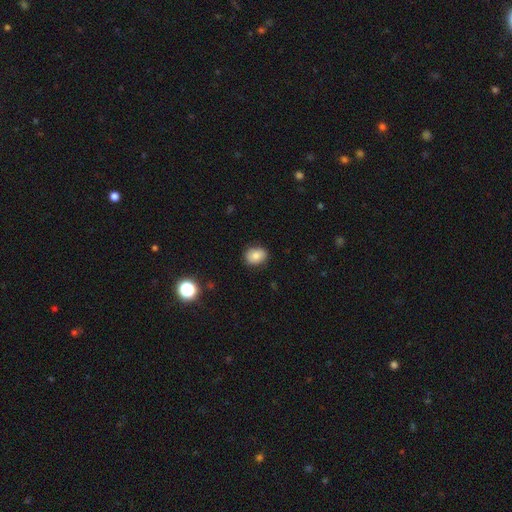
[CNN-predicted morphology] The model was most divided on "how rounded": in between: 53%, round: 46%, cigar-shaped: 1%. More confident: merging — none (83%); smooth or featured — smooth (79%).